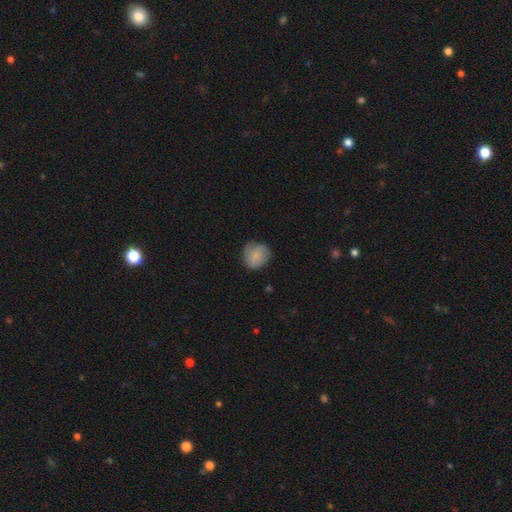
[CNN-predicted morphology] Smooth or featured?
  - smooth: 73% *
  - featured or disk: 20%
  - star or artifact: 7%
How rounded?
  - round: 80% *
  - in between: 19%
  - cigar-shaped: 1%
Merging?
  - none: 62% *
  - minor disturbance: 29%
  - major disturbance: 8%
  - merger: 1%